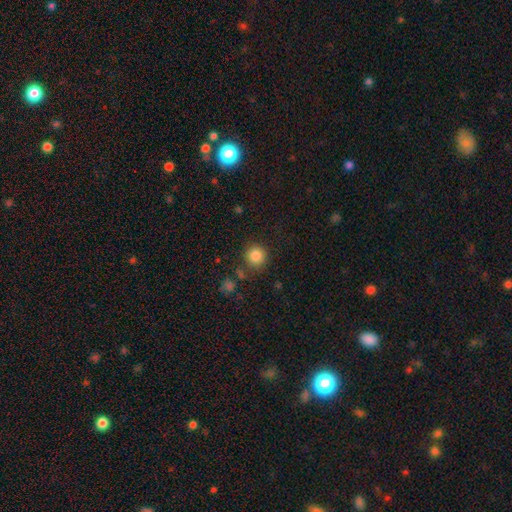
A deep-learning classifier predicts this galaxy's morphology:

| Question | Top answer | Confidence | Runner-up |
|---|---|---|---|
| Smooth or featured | smooth | 85% | star or artifact (11%) |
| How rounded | round | 93% | in between (6%) |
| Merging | none | 83% | minor disturbance (9%) |